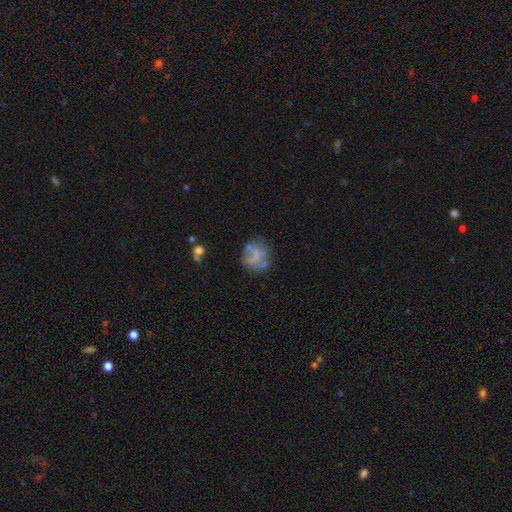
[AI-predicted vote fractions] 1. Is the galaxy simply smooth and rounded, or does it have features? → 45% featured or disk, 43% smooth, 12% star or artifact.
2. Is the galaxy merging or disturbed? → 52% none, 21% minor disturbance, 16% major disturbance, 11% merger.